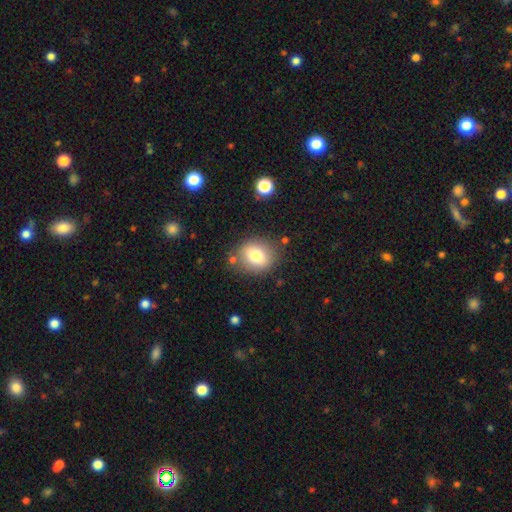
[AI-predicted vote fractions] Smooth or featured? Predicted: smooth (p=0.76). How rounded? Predicted: round (p=0.66). Merging? Predicted: none (p=0.79).